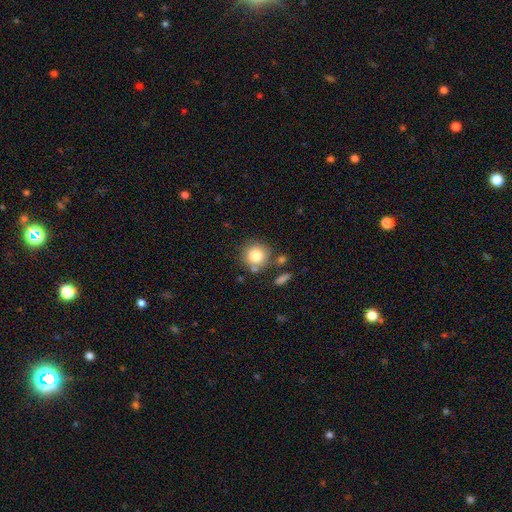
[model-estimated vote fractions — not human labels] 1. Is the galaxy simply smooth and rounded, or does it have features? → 82% smooth, 9% star or artifact, 8% featured or disk.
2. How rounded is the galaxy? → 91% round, 8% in between, 1% cigar-shaped.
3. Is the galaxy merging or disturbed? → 74% none, 12% minor disturbance, 10% merger, 4% major disturbance.